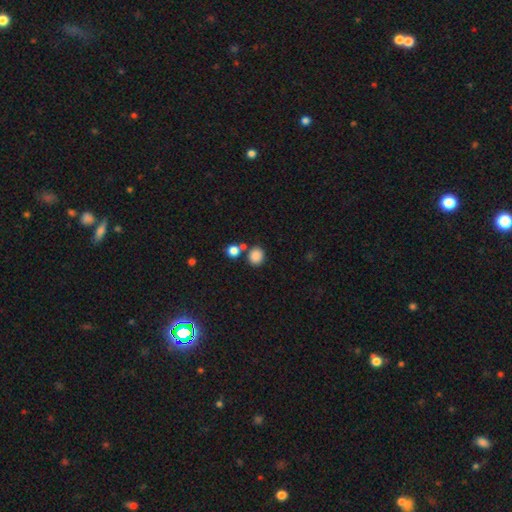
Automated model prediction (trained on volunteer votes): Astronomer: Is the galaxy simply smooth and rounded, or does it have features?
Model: smooth — 85%.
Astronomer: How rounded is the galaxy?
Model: round — 78%.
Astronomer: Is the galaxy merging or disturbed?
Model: none — 72%.